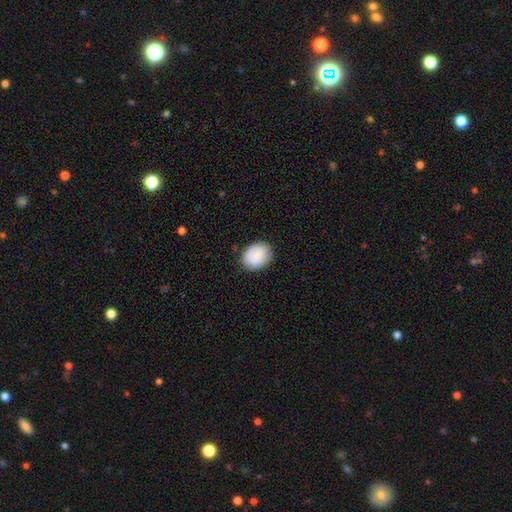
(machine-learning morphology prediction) Smooth or featured: smooth — 86% (featured or disk — 8%)
How rounded: in between — 52% (round — 47%)
Merging: none — 84% (minor disturbance — 13%)